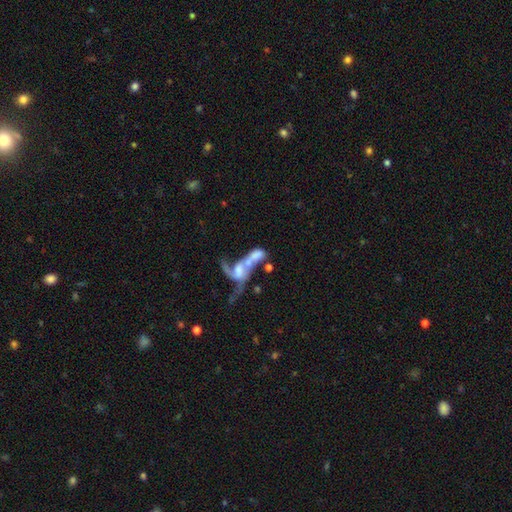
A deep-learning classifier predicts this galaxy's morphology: smooth_or_featured: featured or disk (p=0.57) [alt: smooth p=0.33]
disk_edge_on: no (p=0.94) [alt: yes p=0.06]
bar: no (p=0.70) [alt: weak p=0.21]
has_spiral_arms: no (p=0.57) [alt: yes p=0.43]
bulge_size: none (p=0.41) [alt: moderate p=0.24]
merging: merger (p=0.66) [alt: major disturbance p=0.19]